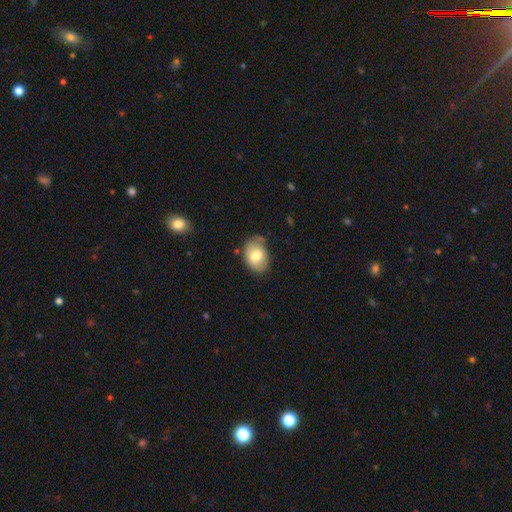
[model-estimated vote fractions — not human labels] Q: Smooth or featured?
A: smooth (76%); runner-up: featured or disk (16%)
Q: How rounded?
A: in between (78%); runner-up: round (21%)
Q: Merging?
A: none (63%); runner-up: minor disturbance (27%)